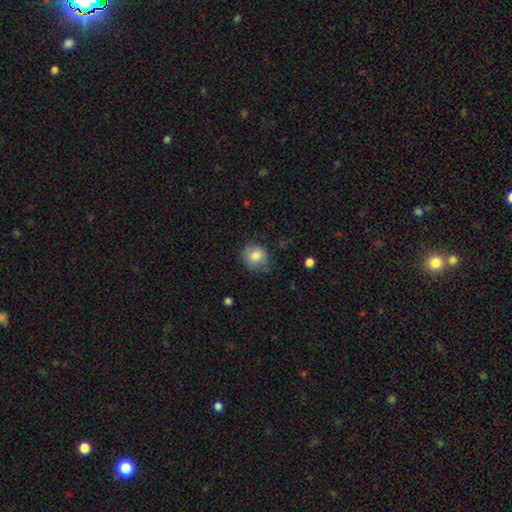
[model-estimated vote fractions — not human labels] A smooth galaxy with no disk features (80%) that is round (77%).

Vote fractions:
- Smooth or featured? smooth: 80% / featured or disk: 11% / star or artifact: 9%
- How rounded? round: 77% / in between: 22% / cigar-shaped: 1%
- Merging? none: 71% / minor disturbance: 22% / major disturbance: 6% / merger: 1%